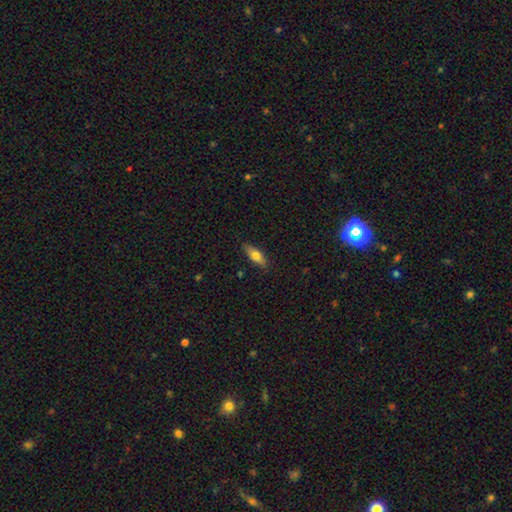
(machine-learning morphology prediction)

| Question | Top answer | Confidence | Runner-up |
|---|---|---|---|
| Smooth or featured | smooth | 67% | featured or disk (26%) |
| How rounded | in between | 62% | cigar-shaped (35%) |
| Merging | none | 87% | minor disturbance (10%) |